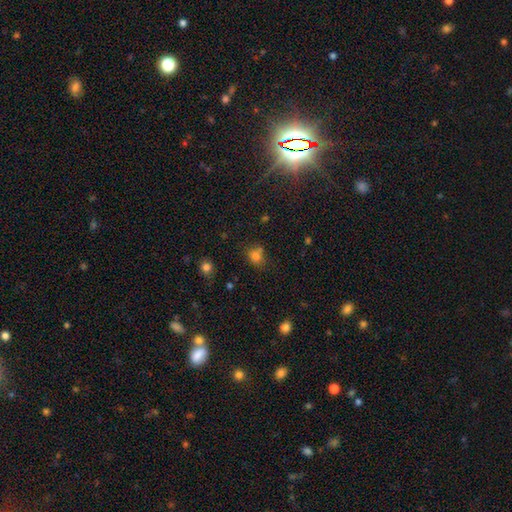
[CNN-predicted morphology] This appears to be a smooth galaxy with no disk features (76%) that is round (67%). Merging: none (59%).